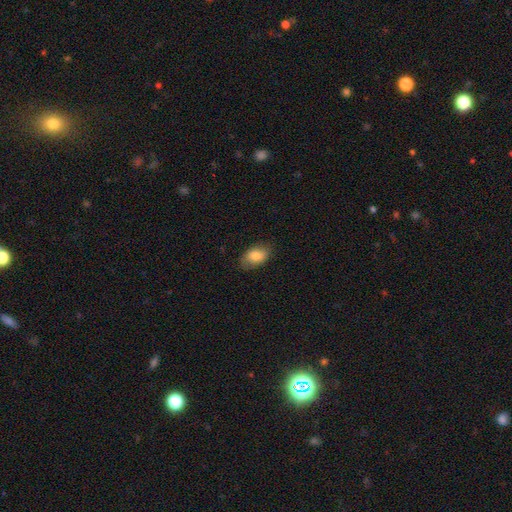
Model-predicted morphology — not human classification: Smooth or featured? smooth (84%)
How rounded? in between (89%)
Merging? none (80%)